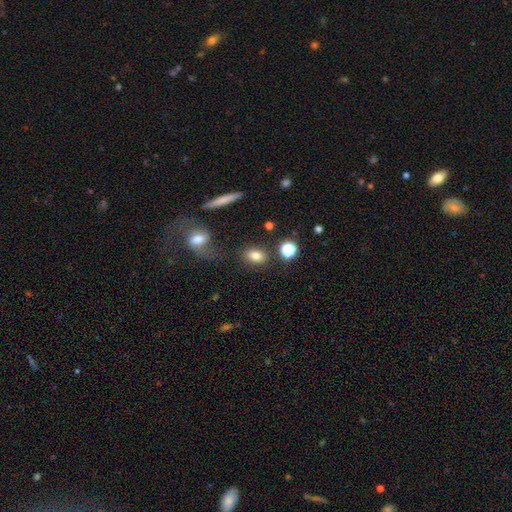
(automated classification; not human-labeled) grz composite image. It shows a smooth galaxy with no disk features (79%) that is in between round and cigar-shaped (71%). Merging: none (77%).